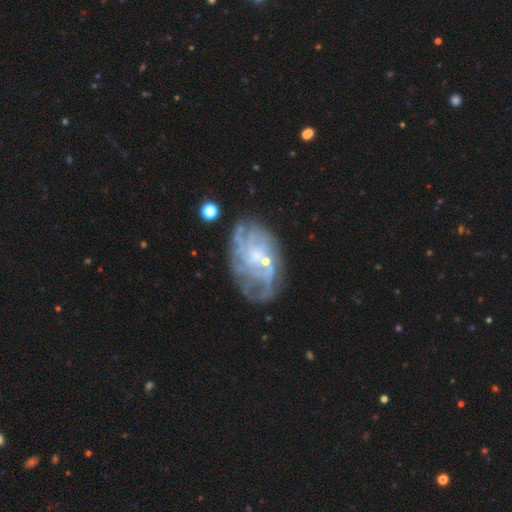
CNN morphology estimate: A featured or disk galaxy (74%) with no bar (74%), tight (46%) spiral arms (71%) and a small central bulge (63%). Merging: none (57%).